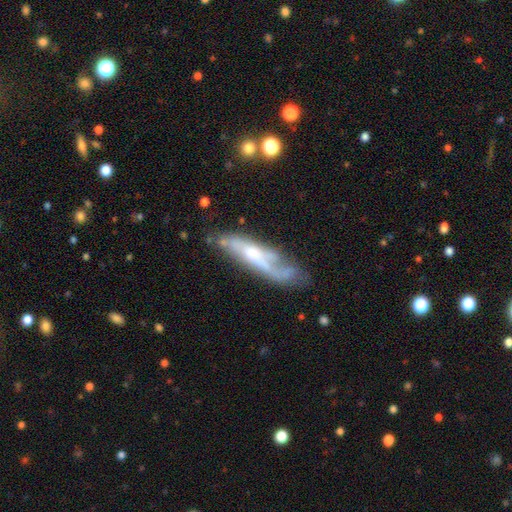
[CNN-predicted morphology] This is likely a featured or disk galaxy (70%). It is likely not viewed edge-on (62%). Merging: possibly none (46%).